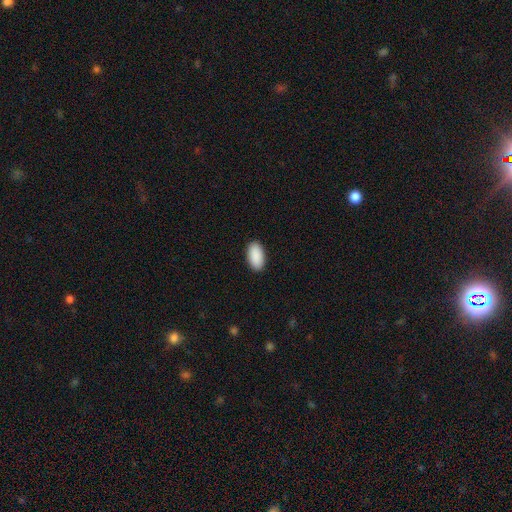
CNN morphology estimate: Q: Smooth or featured?
A: smooth (92%); runner-up: star or artifact (6%)
Q: How rounded?
A: in between (96%); runner-up: round (2%)
Q: Merging?
A: none (91%); runner-up: minor disturbance (7%)